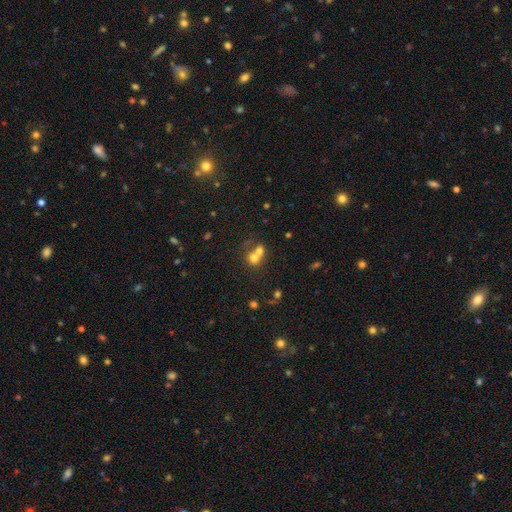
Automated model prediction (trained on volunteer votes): Smooth or featured? Predicted: smooth (p=0.64). How rounded? Predicted: round (p=0.72). Merging? Predicted: merger (p=0.64).